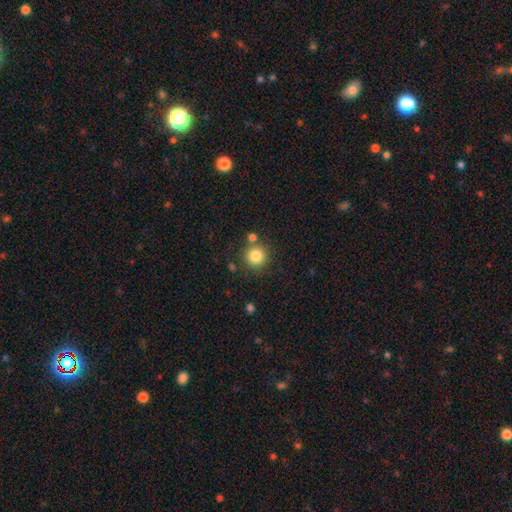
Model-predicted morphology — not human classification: The model was most divided on "merging": none: 80%, merger: 9%, minor disturbance: 8%, major disturbance: 3%. More confident: how rounded — round (94%); smooth or featured — smooth (83%).